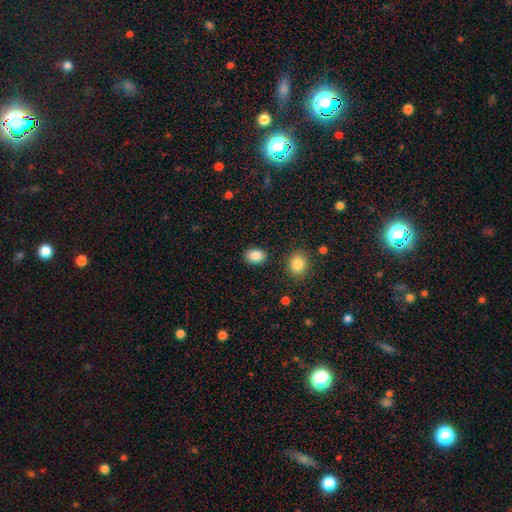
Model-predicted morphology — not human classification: Overall: smooth (87%). How rounded: in between (72%). Merging: none (87%).